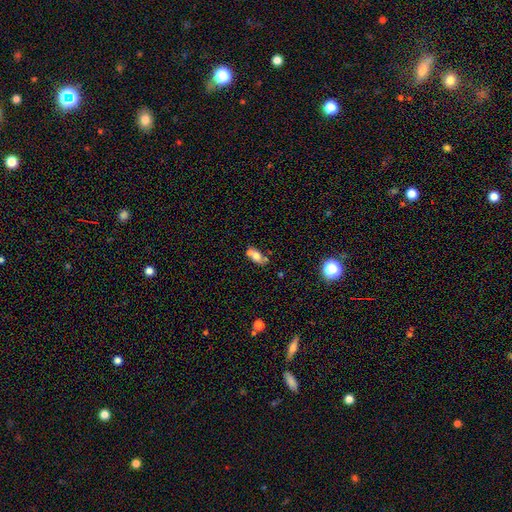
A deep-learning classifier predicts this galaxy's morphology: smooth_or_featured: smooth (p=0.66) [alt: featured or disk p=0.24]
how_rounded: in between (p=0.81) [alt: round p=0.11]
merging: none (p=0.43) [alt: merger p=0.36]